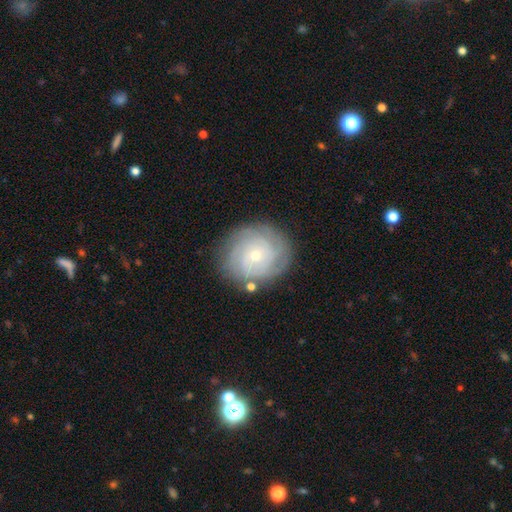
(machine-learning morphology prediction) smooth-or-featured: featured or disk: 76% | smooth: 17% | star or artifact: 7%
  disk-edge-on: no: 98% | yes: 2%
    bar: no: 77% | weak: 20% | strong: 3%
    has-spiral-arms: yes: 94% | no: 6%
      spiral-winding: tight: 76% | medium: 19% | loose: 4%
      spiral-arm-count: can't tell: 33% | 3: 22% | 4: 20% | 2: 11% | more than 4: 7% | 1: 6%
    bulge-size: small: 66% | moderate: 31% | large: 1% | none: 1% | dominant: 1%
  merging: none: 82% | minor disturbance: 12% | major disturbance: 4% | merger: 2%